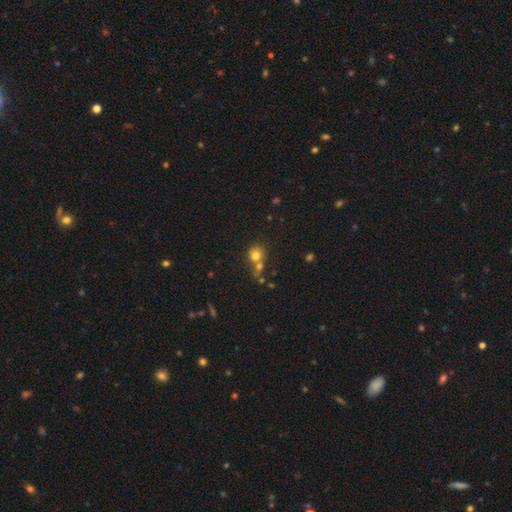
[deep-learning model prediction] Smooth or featured? smooth (74%)
How rounded? round (84%)
Merging? merger (45%)